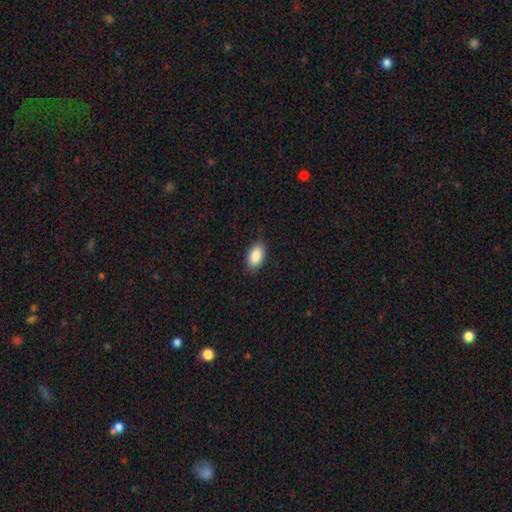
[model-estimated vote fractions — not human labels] Smooth or featured: smooth — 87% (star or artifact — 7%)
How rounded: in between — 93% (round — 5%)
Merging: none — 83% (minor disturbance — 13%)